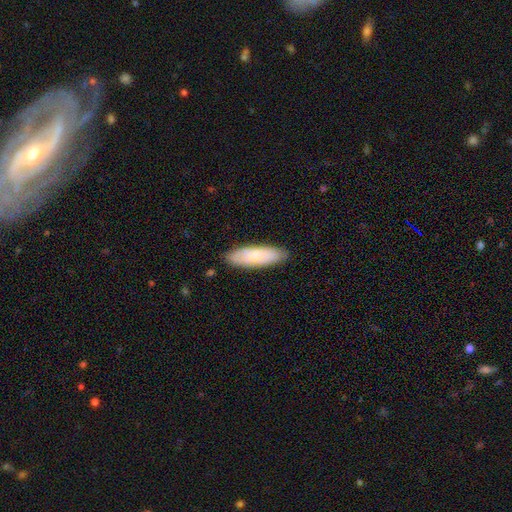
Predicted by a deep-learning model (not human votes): Smooth or featured? Predicted: smooth (p=0.65). How rounded? Predicted: in between (p=0.57). Merging? Predicted: none (p=0.85).